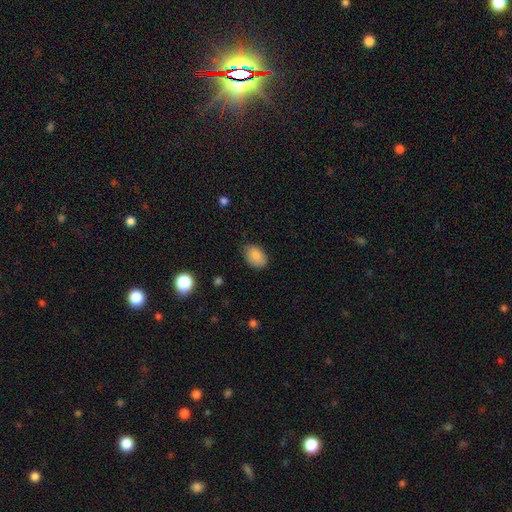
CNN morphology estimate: smooth_or_featured: smooth (p=0.86) [alt: star or artifact p=0.08]
how_rounded: in between (p=0.87) [alt: round p=0.12]
merging: none (p=0.77) [alt: minor disturbance p=0.19]